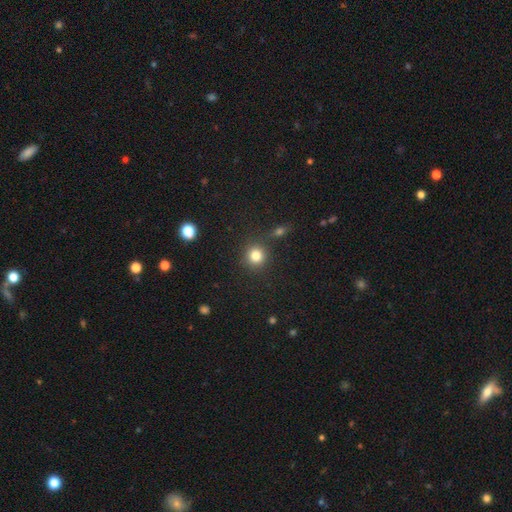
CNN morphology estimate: A smooth galaxy with no disk features (82%) that is round (91%).

Vote fractions:
- Smooth or featured? smooth: 82% / star or artifact: 12% / featured or disk: 6%
- How rounded? round: 91% / in between: 8% / cigar-shaped: 1%
- Merging? none: 83% / minor disturbance: 8% / merger: 6% / major disturbance: 3%